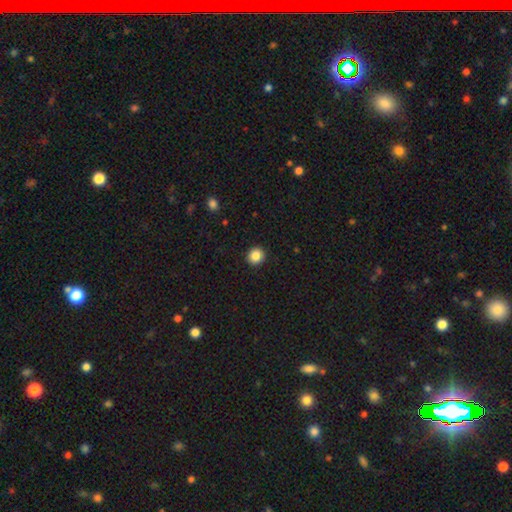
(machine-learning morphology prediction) Smooth or featured?
  - smooth: 86% *
  - star or artifact: 10%
  - featured or disk: 4%
How rounded?
  - round: 90% *
  - in between: 9%
  - cigar-shaped: 1%
Merging?
  - none: 93% *
  - minor disturbance: 5%
  - major disturbance: 2%
  - merger: 1%